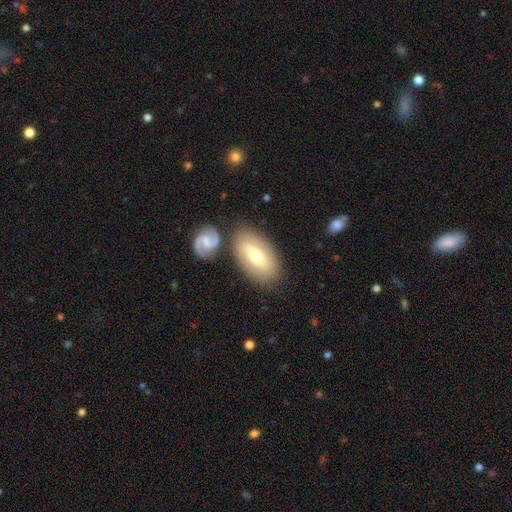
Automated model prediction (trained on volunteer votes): A featured or disk galaxy (47%, tied with smooth). Merging: none (75%).